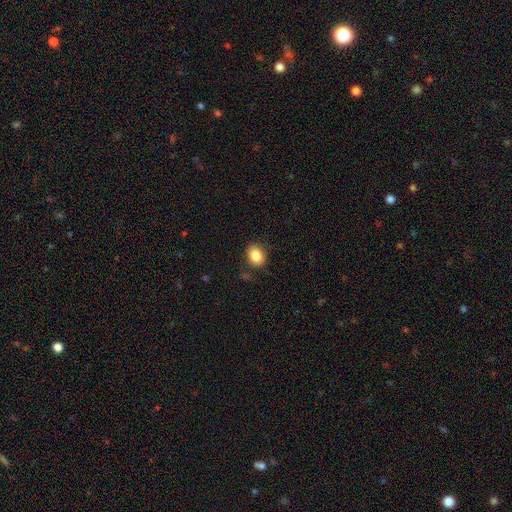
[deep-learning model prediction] Q: Smooth or featured?
A: smooth (86%); runner-up: star or artifact (9%)
Q: How rounded?
A: in between (68%); runner-up: round (31%)
Q: Merging?
A: none (83%); runner-up: minor disturbance (12%)